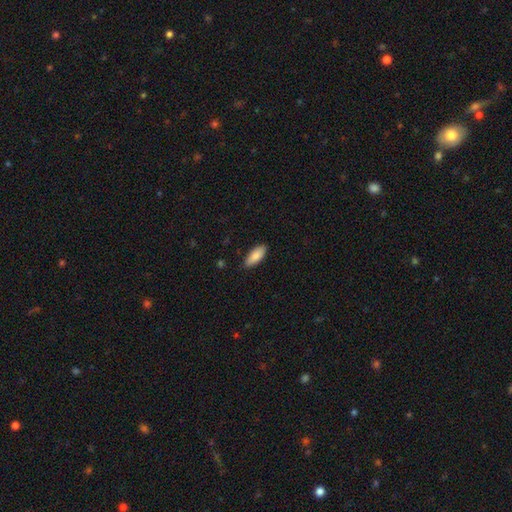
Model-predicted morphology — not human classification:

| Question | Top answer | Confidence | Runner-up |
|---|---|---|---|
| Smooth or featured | smooth | 86% | featured or disk (8%) |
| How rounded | in between | 82% | cigar-shaped (16%) |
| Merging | none | 87% | minor disturbance (10%) |